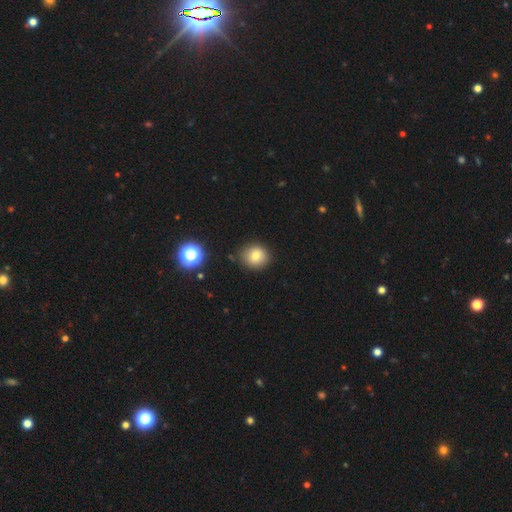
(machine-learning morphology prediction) This is likely a smooth galaxy (78%). How rounded: clearly round (81%). Merging: clearly none (85%).